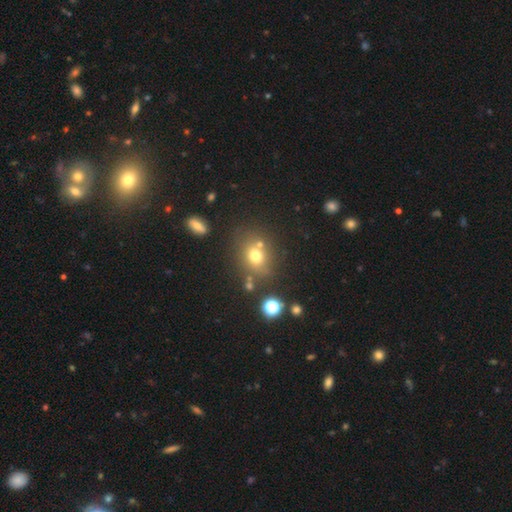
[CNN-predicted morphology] Q: Smooth or featured?
A: smooth (70%); runner-up: star or artifact (18%)
Q: How rounded?
A: round (64%); runner-up: in between (35%)
Q: Merging?
A: none (68%); runner-up: merger (14%)